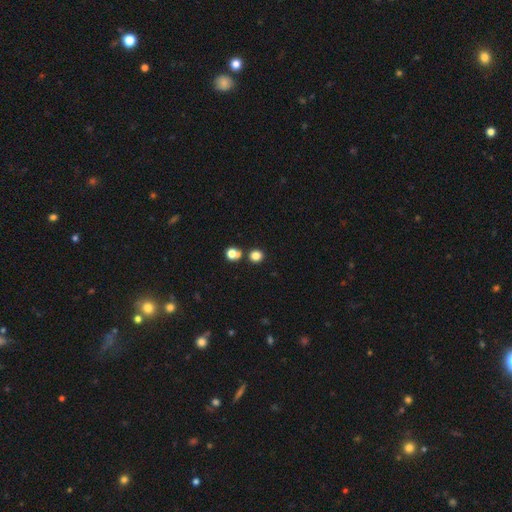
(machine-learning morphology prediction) This is clearly a smooth galaxy (80%). How rounded: clearly round (87%). Merging: likely none (74%).